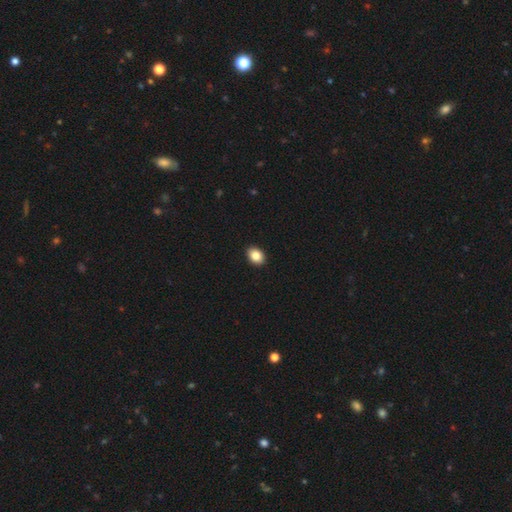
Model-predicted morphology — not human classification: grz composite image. It shows a smooth galaxy with no disk features (86%) that is in between round and cigar-shaped (69%). Merging: none (92%).